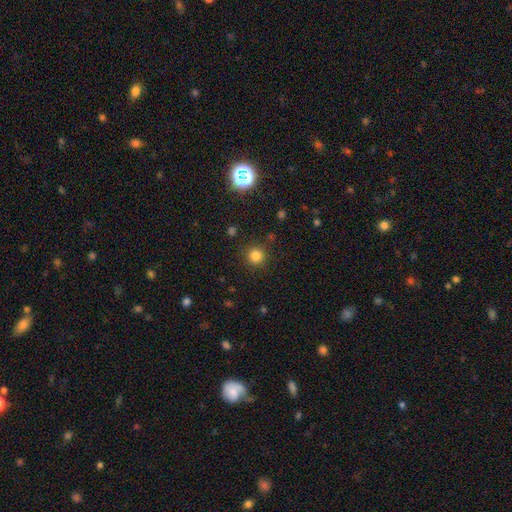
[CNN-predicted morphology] type=smooth (81%); roundness=round (94%); merging=none (88%).